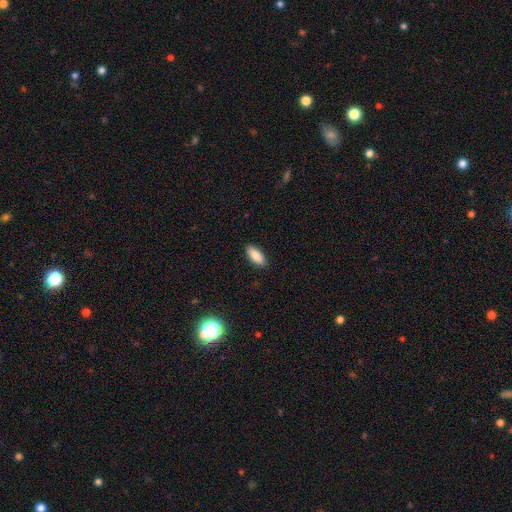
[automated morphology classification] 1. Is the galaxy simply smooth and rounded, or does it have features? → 88% smooth, 6% star or artifact, 6% featured or disk.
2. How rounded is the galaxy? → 82% in between, 16% cigar-shaped, 2% round.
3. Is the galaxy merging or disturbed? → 89% none, 8% minor disturbance, 2% major disturbance, 1% merger.